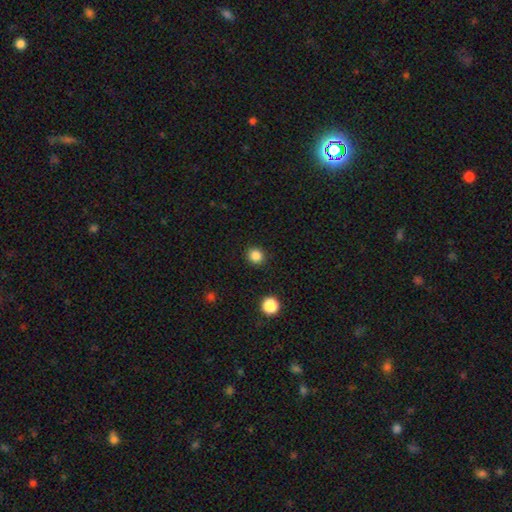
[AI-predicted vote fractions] smooth_or_featured: smooth (p=0.85) [alt: star or artifact p=0.12]
how_rounded: round (p=0.88) [alt: in between p=0.11]
merging: none (p=0.91) [alt: minor disturbance p=0.06]